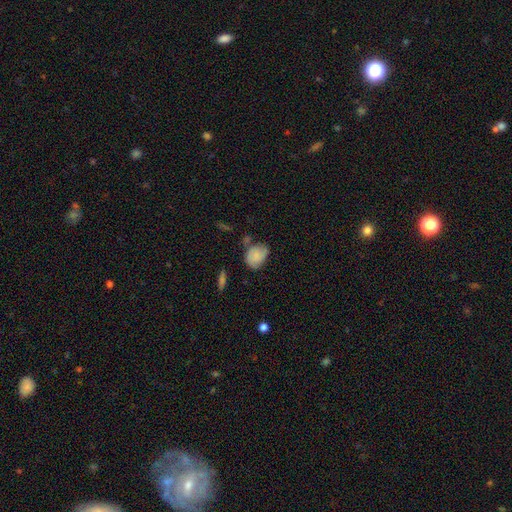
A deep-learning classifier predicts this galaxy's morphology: This is likely a smooth galaxy (72%). How rounded: possibly in between (57%). Merging: possibly none (49%).